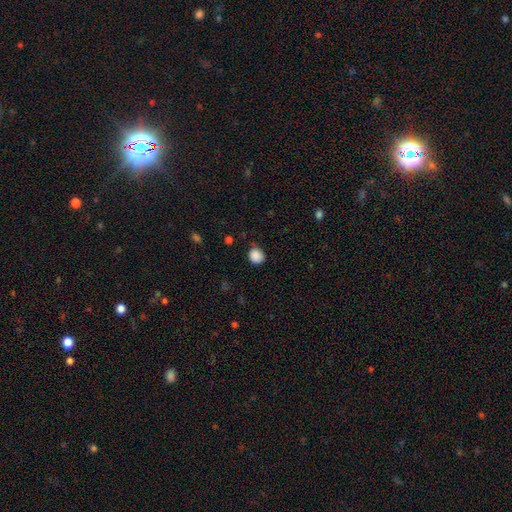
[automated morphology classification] This appears to be a smooth galaxy with no disk features (88%) that is round (80%). Merging: none (81%).